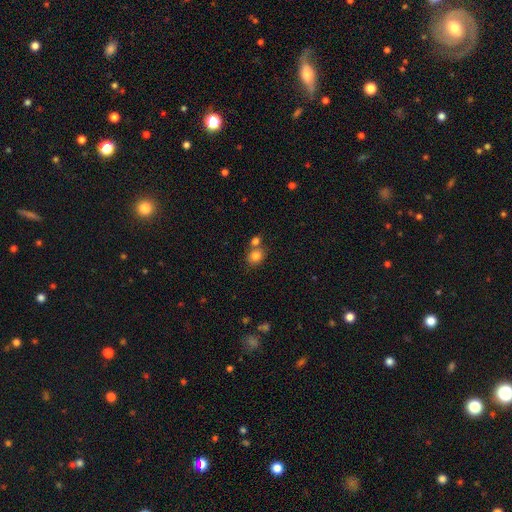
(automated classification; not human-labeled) Smooth or featured: smooth — 82% (star or artifact — 11%)
How rounded: round — 64% (in between — 36%)
Merging: none — 54% (merger — 33%)